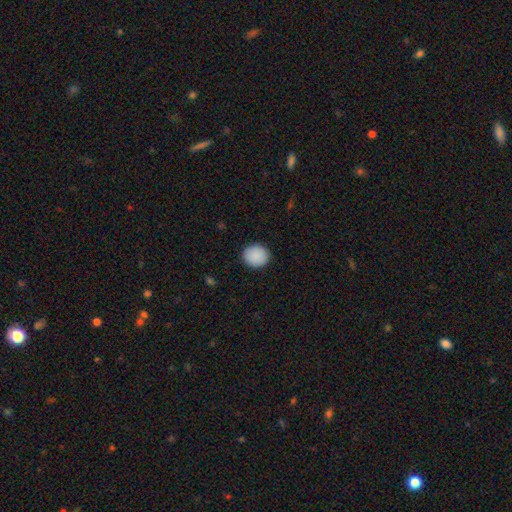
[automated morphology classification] This appears to be a smooth galaxy with no disk features (90%) that is round (78%). Merging: none (90%).